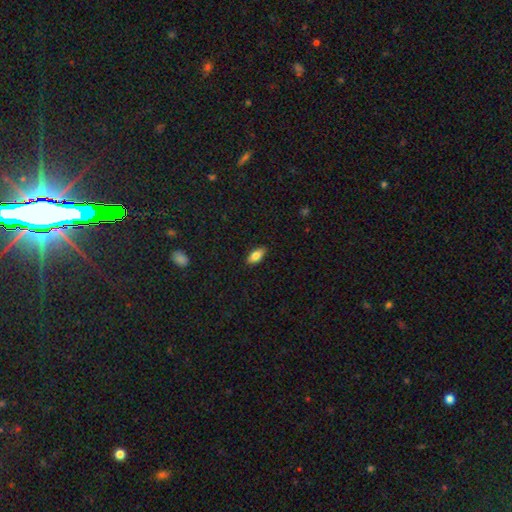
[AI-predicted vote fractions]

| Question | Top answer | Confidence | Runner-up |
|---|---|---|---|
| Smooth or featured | smooth | 83% | featured or disk (10%) |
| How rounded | in between | 89% | cigar-shaped (9%) |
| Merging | none | 88% | minor disturbance (9%) |